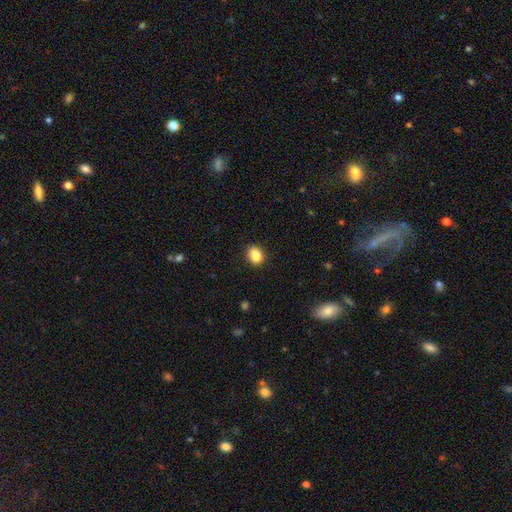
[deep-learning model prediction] Q: Smooth or featured?
A: smooth (86%); runner-up: star or artifact (9%)
Q: How rounded?
A: in between (63%); runner-up: round (36%)
Q: Merging?
A: none (87%); runner-up: minor disturbance (10%)